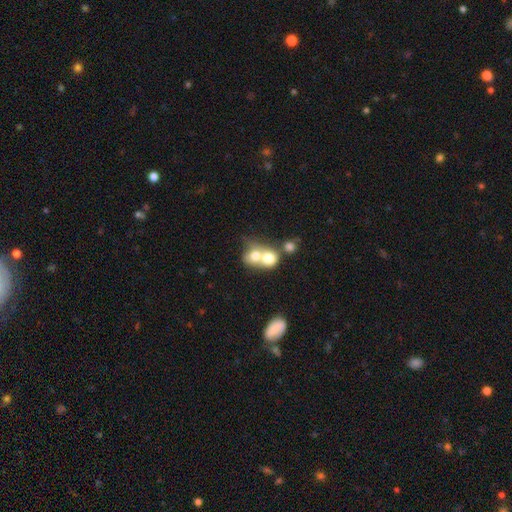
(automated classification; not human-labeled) smooth_or_featured: smooth (p=0.71) [alt: featured or disk p=0.20]
how_rounded: round (p=0.65) [alt: in between p=0.34]
merging: merger (p=0.73) [alt: none p=0.18]